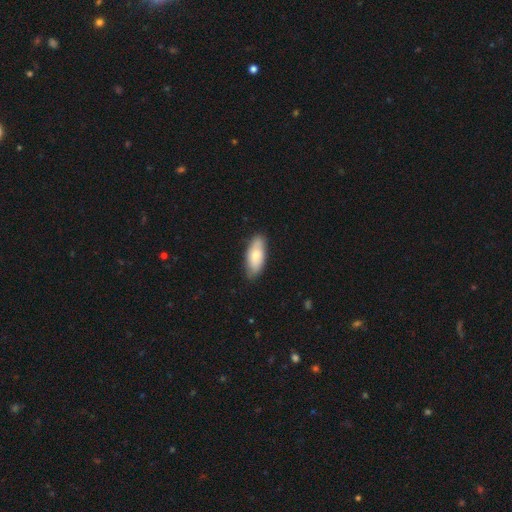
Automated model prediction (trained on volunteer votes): A smooth galaxy with no disk features (72%) that is in between round and cigar-shaped (84%). Merging: none (80%).